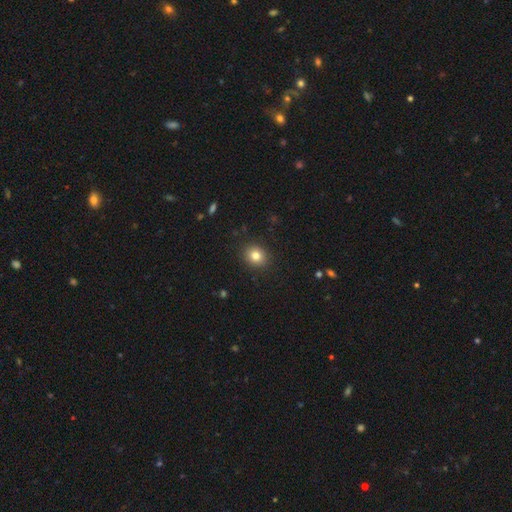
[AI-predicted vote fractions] Smooth or featured? Predicted: smooth (p=0.81). How rounded? Predicted: round (p=0.68). Merging? Predicted: none (p=0.90).